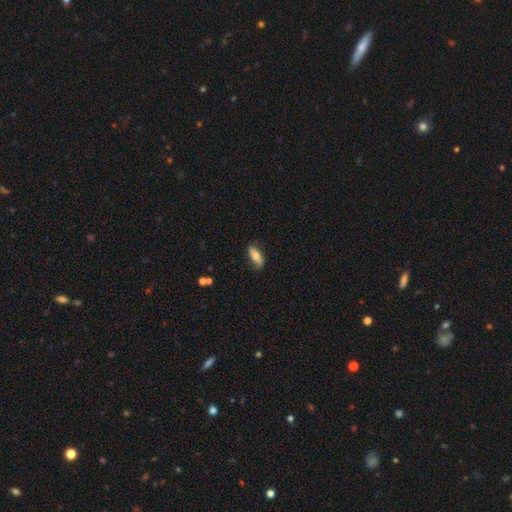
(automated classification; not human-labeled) Q: Smooth or featured?
A: smooth (67%); runner-up: featured or disk (26%)
Q: How rounded?
A: in between (73%); runner-up: cigar-shaped (24%)
Q: Merging?
A: none (78%); runner-up: minor disturbance (17%)